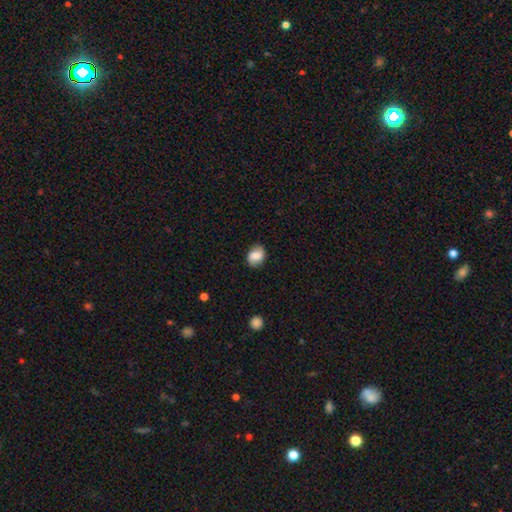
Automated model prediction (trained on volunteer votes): Smooth or featured? smooth (71%)
How rounded? in between (59%)
Merging? none (82%)